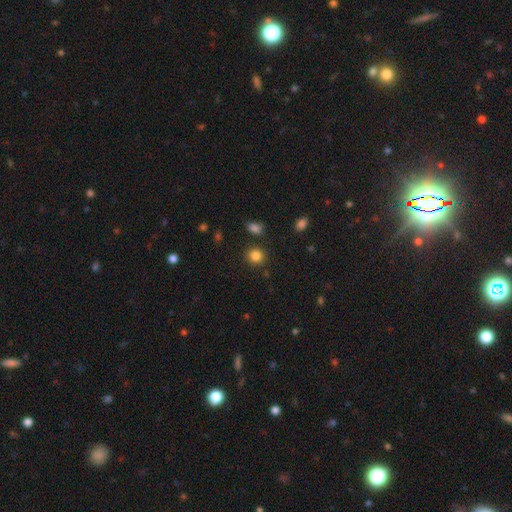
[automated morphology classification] Q: Smooth or featured?
A: smooth (84%); runner-up: star or artifact (11%)
Q: How rounded?
A: round (86%); runner-up: in between (13%)
Q: Merging?
A: none (87%); runner-up: minor disturbance (7%)